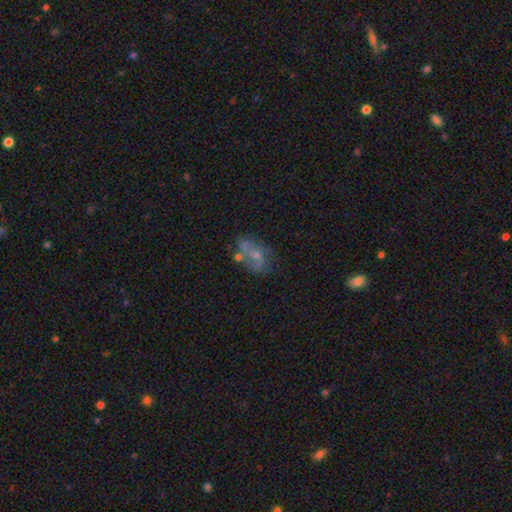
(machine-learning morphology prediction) A featured or disk galaxy (53%) with no bar (66%), no spiral arms (52%) and a moderate central bulge (33%, tied with small).

Vote fractions:
- Smooth or featured? featured or disk: 53% / smooth: 37% / star or artifact: 10%
- Edge-on disk? no: 97% / yes: 3%
- Bar? no: 66% / weak: 28% / strong: 6%
- Spiral arms? no: 52% / yes: 48%
- Bulge size? moderate: 33% (tied) / small: 33% (tied) / none: 27% / large: 5% / dominant: 2%
- Merging? none: 39% / minor disturbance: 24% / major disturbance: 20% / merger: 16%